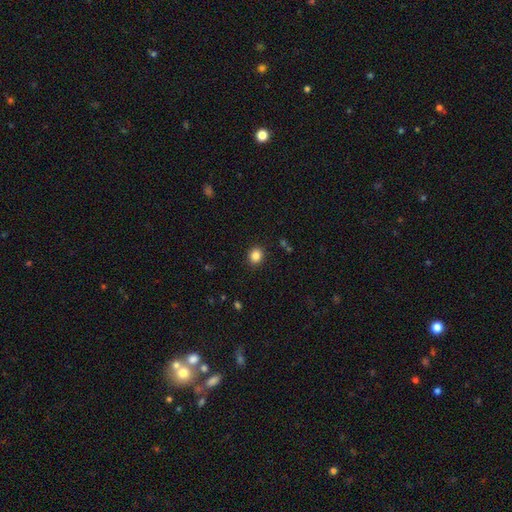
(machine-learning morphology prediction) smooth 85%, star or artifact 11%, featured or disk 4%. Down the decision tree: how rounded — round (74%); merging — none (91%).